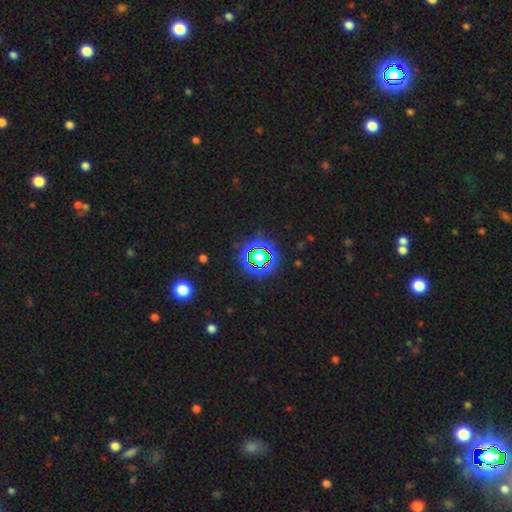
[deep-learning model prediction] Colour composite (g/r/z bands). It shows a star or artifact, not a galaxy (75%).